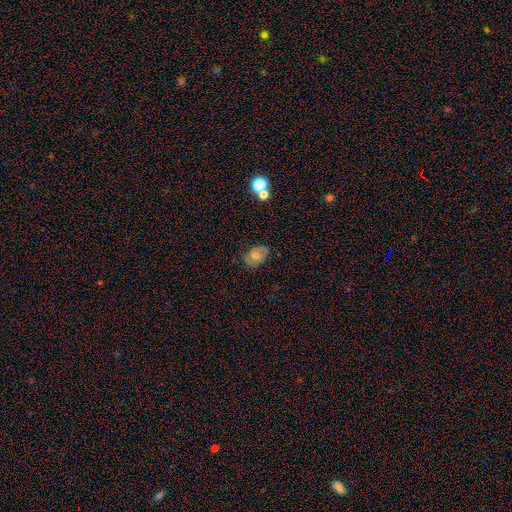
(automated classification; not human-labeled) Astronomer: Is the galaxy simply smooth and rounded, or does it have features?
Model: smooth — 45% (runner-up: featured or disk, 44%).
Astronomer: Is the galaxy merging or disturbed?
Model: none — 68%.